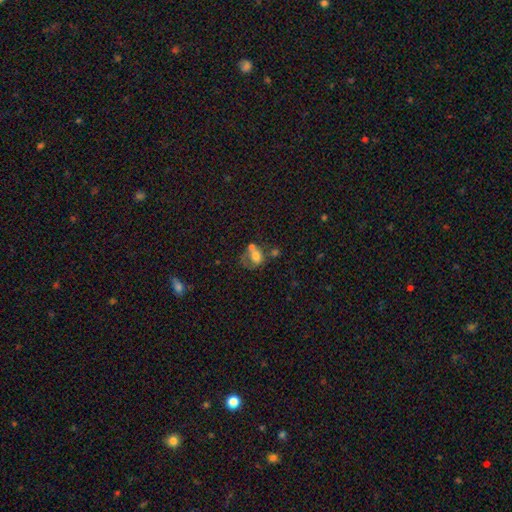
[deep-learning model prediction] smooth 59%, featured or disk 28%, star or artifact 12%. Down the decision tree: how rounded — in between (53%); merging — merger (39%).